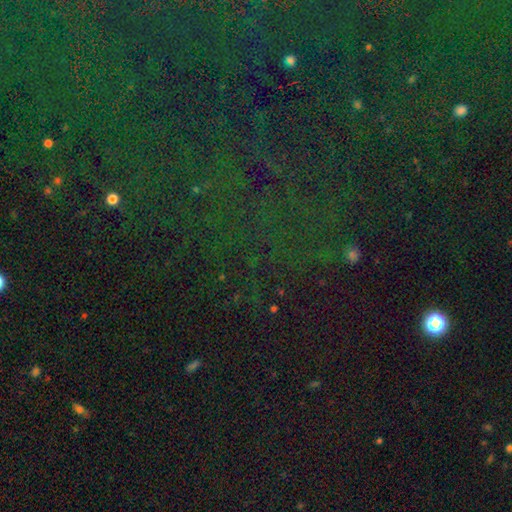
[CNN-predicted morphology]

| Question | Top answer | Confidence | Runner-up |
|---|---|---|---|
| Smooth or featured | star or artifact | 78% | smooth (14%) |